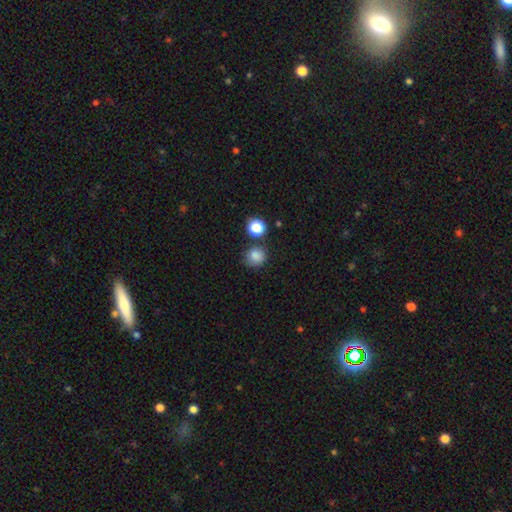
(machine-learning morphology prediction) smooth 84%, star or artifact 12%, featured or disk 4%. Down the decision tree: how rounded — round (85%); merging — none (76%).